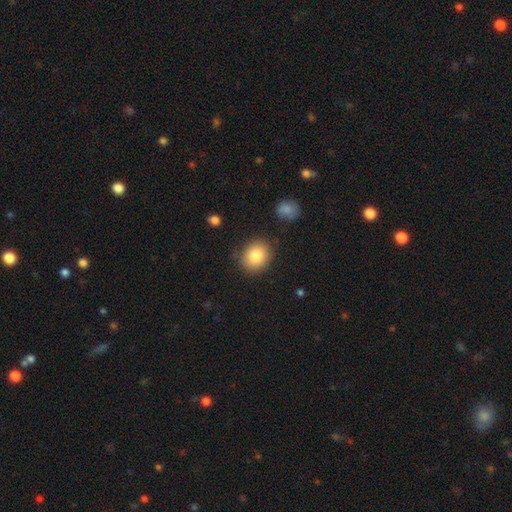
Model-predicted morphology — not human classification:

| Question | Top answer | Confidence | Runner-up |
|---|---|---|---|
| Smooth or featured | smooth | 84% | star or artifact (9%) |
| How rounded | round | 67% | in between (32%) |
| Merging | none | 83% | minor disturbance (11%) |